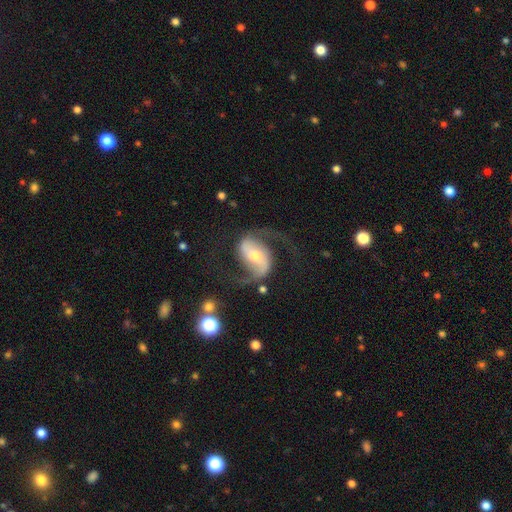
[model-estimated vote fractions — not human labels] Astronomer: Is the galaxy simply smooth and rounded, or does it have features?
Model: featured or disk — 90%.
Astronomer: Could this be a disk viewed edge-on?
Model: no — 98%.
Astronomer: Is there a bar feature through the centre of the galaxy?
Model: strong — 41% (runner-up: weak, 38%).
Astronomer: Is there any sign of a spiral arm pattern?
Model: yes — 97%.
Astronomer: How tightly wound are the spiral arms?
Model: loose — 57% (runner-up: medium, 36%).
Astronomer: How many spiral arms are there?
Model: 2 — 94%.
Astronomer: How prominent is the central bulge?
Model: moderate — 62%.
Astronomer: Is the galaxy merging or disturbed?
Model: none — 73%.